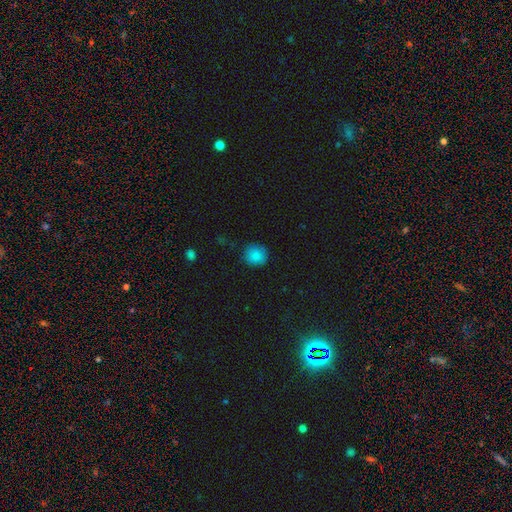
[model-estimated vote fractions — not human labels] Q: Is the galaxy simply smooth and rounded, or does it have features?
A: smooth — 86%.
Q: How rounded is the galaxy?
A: round — 91%.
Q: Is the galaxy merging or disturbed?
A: none — 86%.